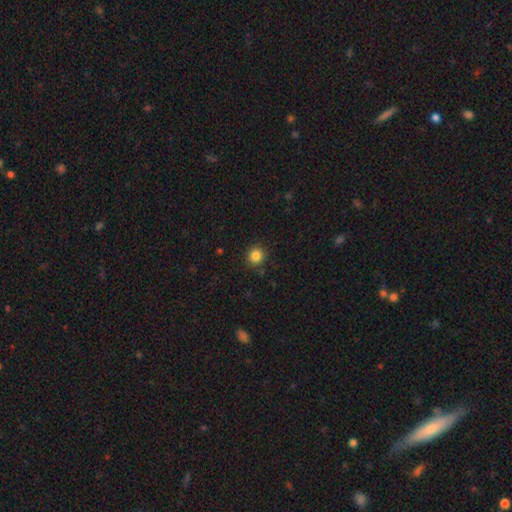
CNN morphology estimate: This appears to be a smooth galaxy with no disk features (84%) that is round (90%). Merging: none (90%).